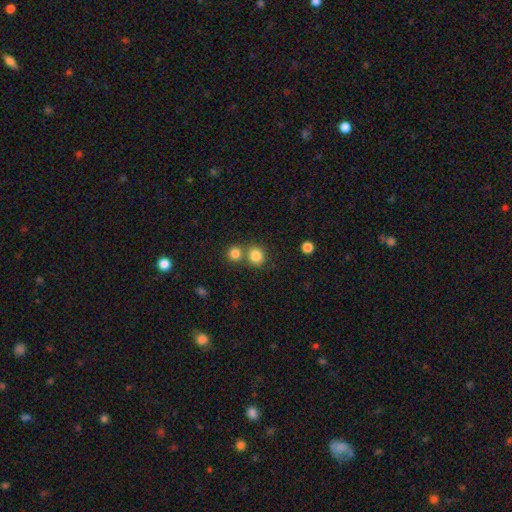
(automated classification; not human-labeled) Smooth or featured?
  - smooth: 83% *
  - star or artifact: 11%
  - featured or disk: 5%
How rounded?
  - round: 86% *
  - in between: 13%
  - cigar-shaped: 1%
Merging?
  - none: 61% *
  - merger: 29%
  - minor disturbance: 7%
  - major disturbance: 3%